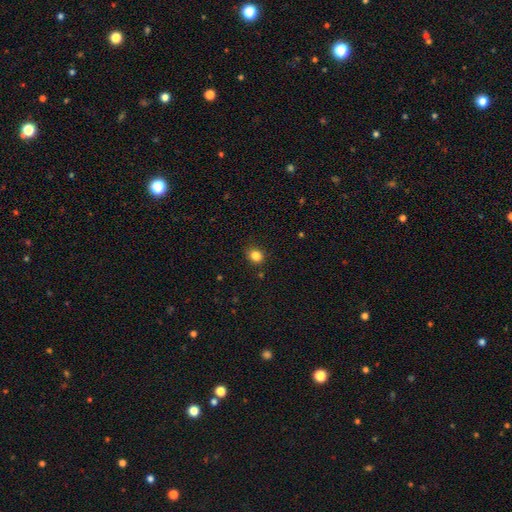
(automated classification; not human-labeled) This appears to be a smooth galaxy with no disk features (84%) that is round (69%). Merging: none (86%).